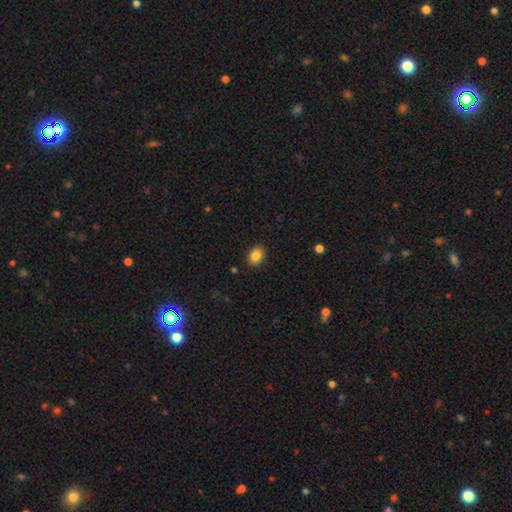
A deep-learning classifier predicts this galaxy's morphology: Smooth or featured: smooth — 86% (star or artifact — 9%)
How rounded: in between — 75% (round — 24%)
Merging: none — 88% (minor disturbance — 8%)